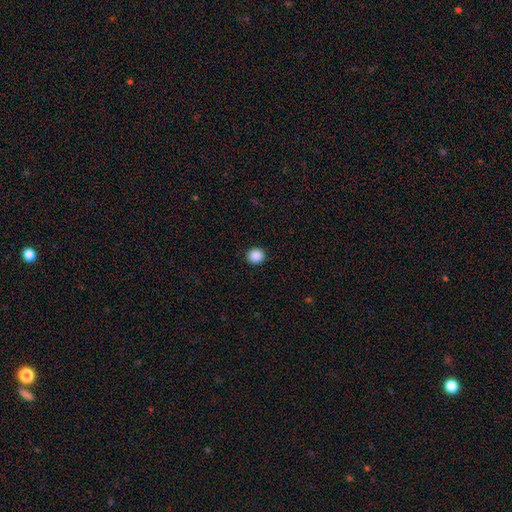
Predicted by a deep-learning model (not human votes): Smooth or featured: smooth — 88% (star or artifact — 9%)
How rounded: round — 90% (in between — 9%)
Merging: none — 92% (minor disturbance — 5%)